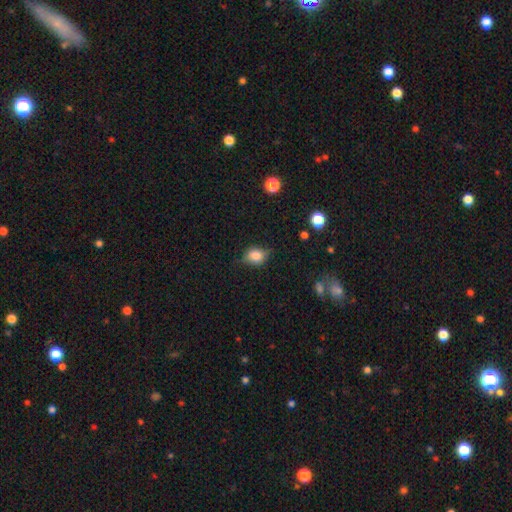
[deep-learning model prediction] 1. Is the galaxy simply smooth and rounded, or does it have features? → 75% smooth, 16% featured or disk, 10% star or artifact.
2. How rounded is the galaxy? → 55% in between, 43% round, 2% cigar-shaped.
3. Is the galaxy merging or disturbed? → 66% none, 26% minor disturbance, 6% major disturbance, 2% merger.